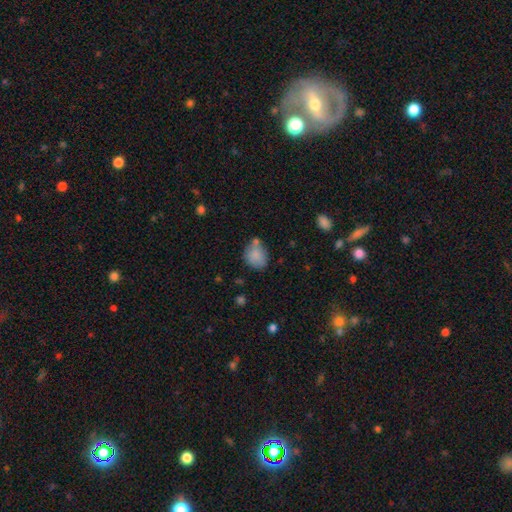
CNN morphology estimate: A smooth galaxy with no disk features (83%) that is round (52%).

Vote fractions:
- Smooth or featured? smooth: 83% / star or artifact: 9% / featured or disk: 9%
- How rounded? round: 52% / in between: 47% / cigar-shaped: 1%
- Merging? none: 56% / minor disturbance: 21% / merger: 16% / major disturbance: 6%